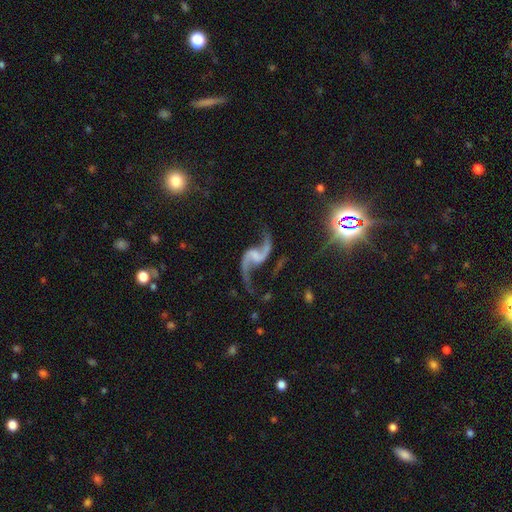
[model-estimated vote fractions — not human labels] featured or disk 90%, star or artifact 6%, smooth 4%. Down the decision tree: edge-on disk — no (98%); bar — weak (42%); spiral arms — yes (97%); spiral arm count — 2 (94%); spiral winding — loose (88%); bulge size — none (56%); merging — none (70%).